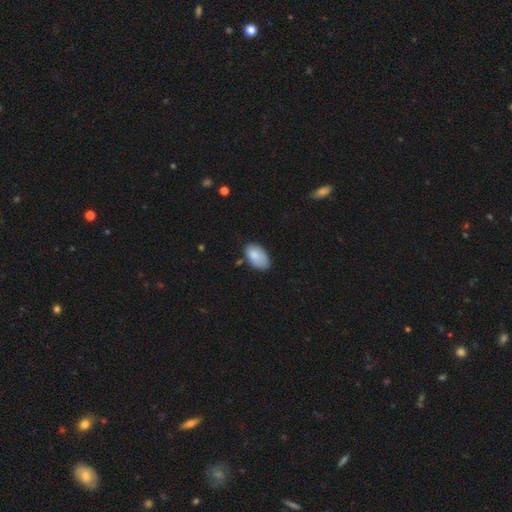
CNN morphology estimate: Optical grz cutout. It shows a smooth galaxy with no disk features (84%) that is in between round and cigar-shaped (94%). Merging: none (66%).